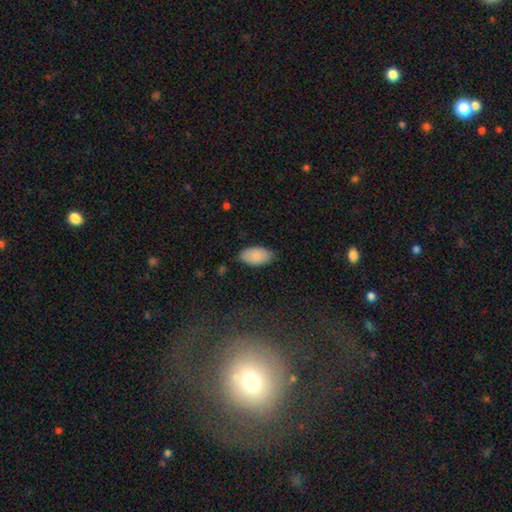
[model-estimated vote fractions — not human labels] smooth 87%, featured or disk 7%, star or artifact 6%. Down the decision tree: how rounded — in between (95%); merging — none (80%).